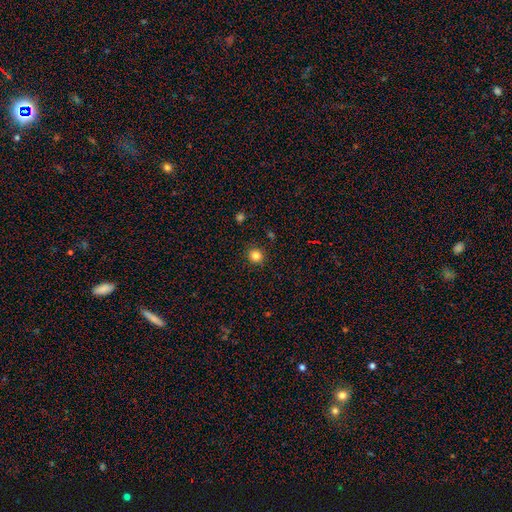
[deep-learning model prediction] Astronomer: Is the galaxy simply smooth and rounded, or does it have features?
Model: smooth — 83%.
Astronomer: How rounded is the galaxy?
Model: round — 91%.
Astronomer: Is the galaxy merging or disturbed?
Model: none — 91%.